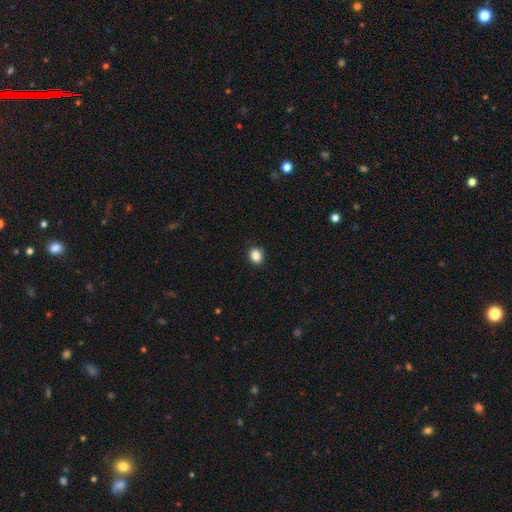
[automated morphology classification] type=smooth (86%); roundness=round (59%); merging=none (88%).